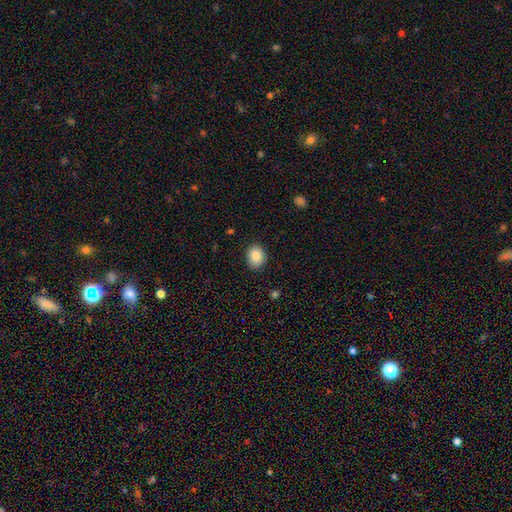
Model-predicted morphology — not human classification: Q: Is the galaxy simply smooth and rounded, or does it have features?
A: smooth — 86%.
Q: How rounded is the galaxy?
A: round — 53%.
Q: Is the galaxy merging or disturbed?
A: none — 88%.